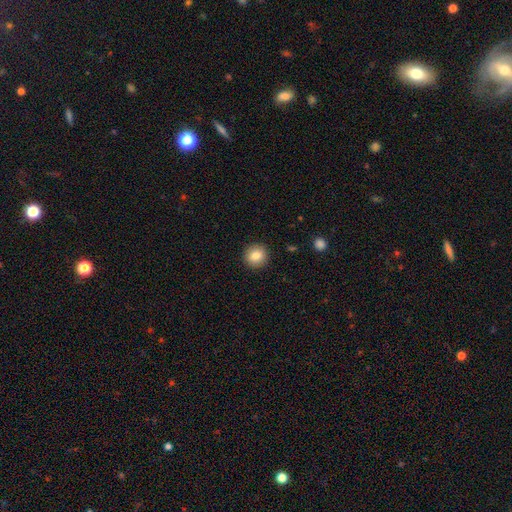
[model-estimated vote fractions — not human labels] Morphology: type=smooth (83%); roundness=round (92%); merging=none (92%).